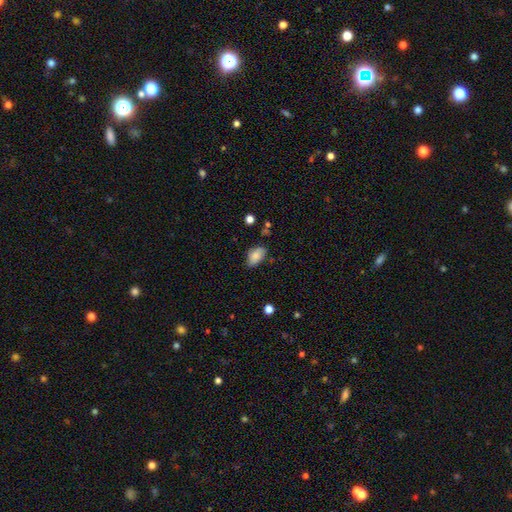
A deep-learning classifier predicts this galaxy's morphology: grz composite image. It shows a smooth galaxy with no disk features (82%) that is in between round and cigar-shaped (91%). Merging: none (68%).